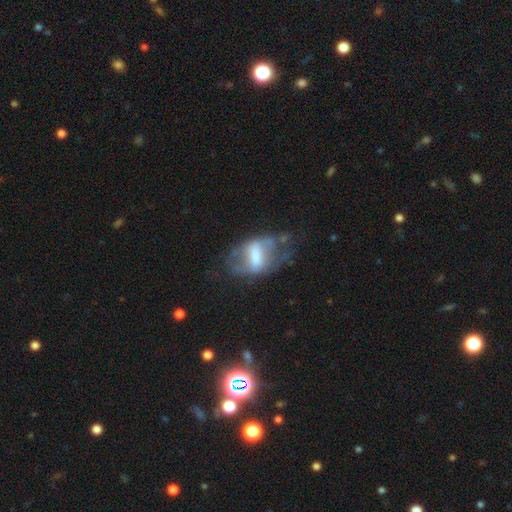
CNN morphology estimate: featured or disk 58%, smooth 33%, star or artifact 9%. Down the decision tree: edge-on disk — no (92%); bar — strong (48%); spiral arms — no (63%); bulge size — moderate (33%); merging — major disturbance (36%).